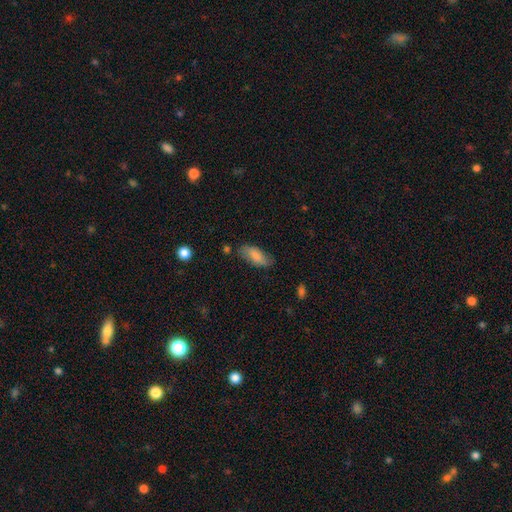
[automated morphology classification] Overall: smooth (82%). How rounded: in between (82%). Merging: none (73%).